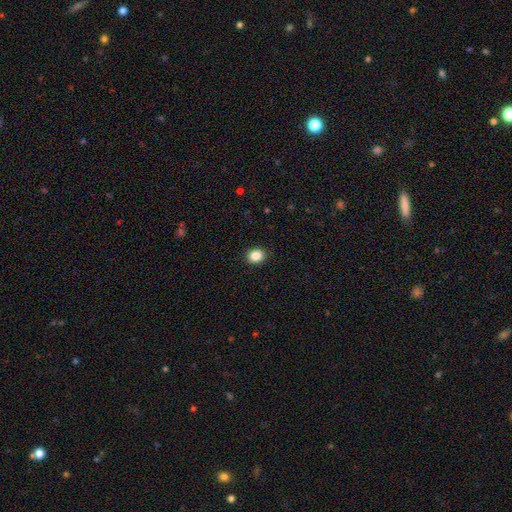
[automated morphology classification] smooth_or_featured: smooth (p=0.86) [alt: star or artifact p=0.10]
how_rounded: round (p=0.68) [alt: in between p=0.31]
merging: none (p=0.92) [alt: minor disturbance p=0.06]